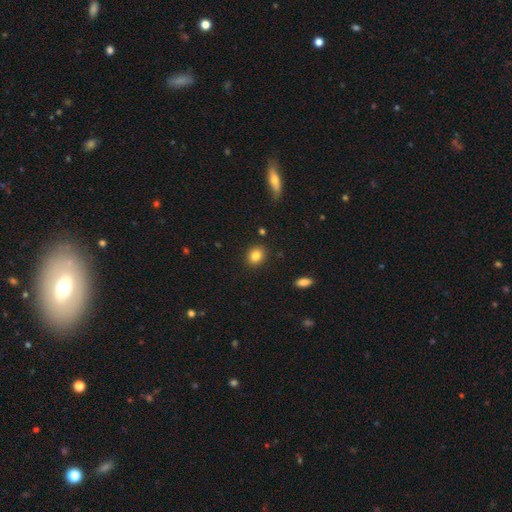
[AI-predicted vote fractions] smooth 84%, star or artifact 10%, featured or disk 7%. Down the decision tree: how rounded — round (62%); merging — none (89%).